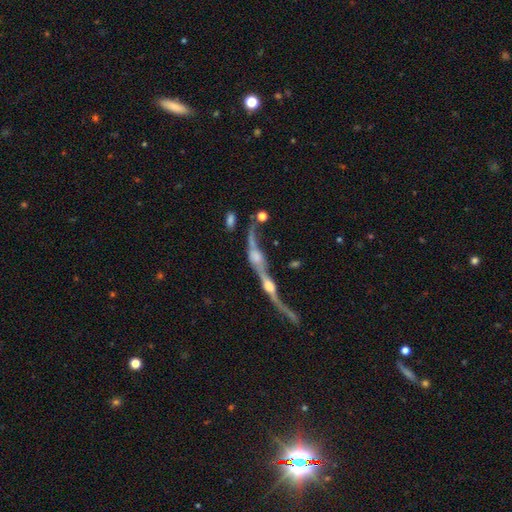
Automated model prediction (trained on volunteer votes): Q: Smooth or featured?
A: featured or disk (70%); runner-up: smooth (18%)
Q: Edge-on disk?
A: yes (70%); runner-up: no (30%)
Q: Merging?
A: merger (52%); runner-up: none (27%)